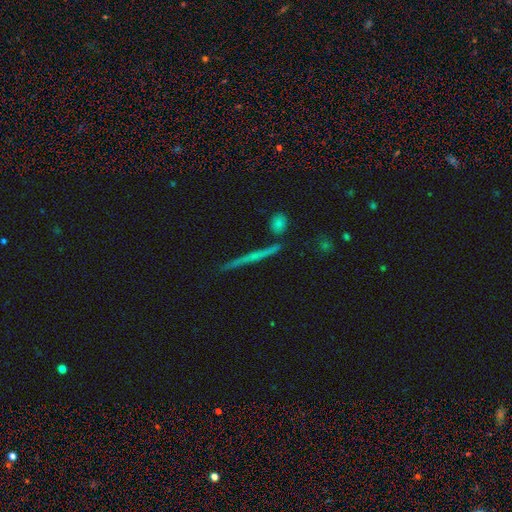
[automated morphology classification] smooth-or-featured: featured or disk: 60% | smooth: 31% | star or artifact: 10%
  disk-edge-on: yes: 96% | no: 4%
    edge-on-bulge: none: 76% | rounded: 18% | boxy: 6%
  merging: none: 86% | minor disturbance: 8% | merger: 4% | major disturbance: 2%